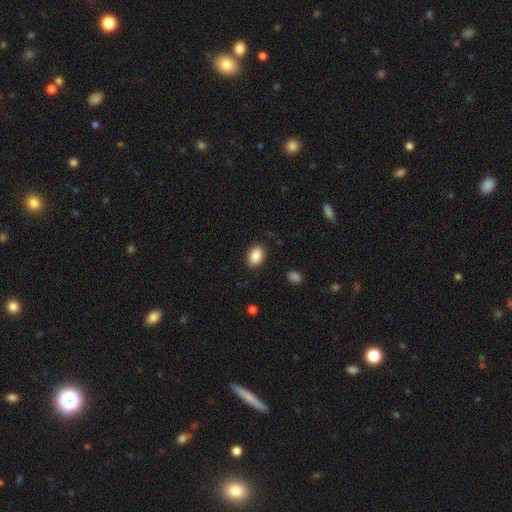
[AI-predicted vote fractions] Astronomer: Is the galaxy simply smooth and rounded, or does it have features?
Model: smooth — 88%.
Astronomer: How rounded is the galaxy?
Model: in between — 78%.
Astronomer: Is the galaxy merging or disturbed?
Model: none — 88%.